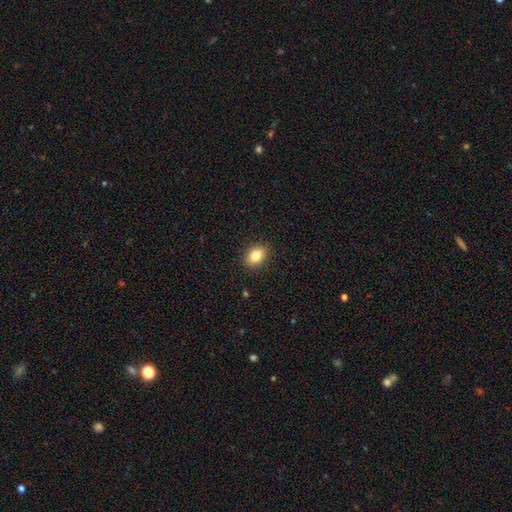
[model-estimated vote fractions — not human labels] The model was most divided on "how rounded": in between: 70%, round: 29%, cigar-shaped: 1%. More confident: merging — none (89%); smooth or featured — smooth (84%).